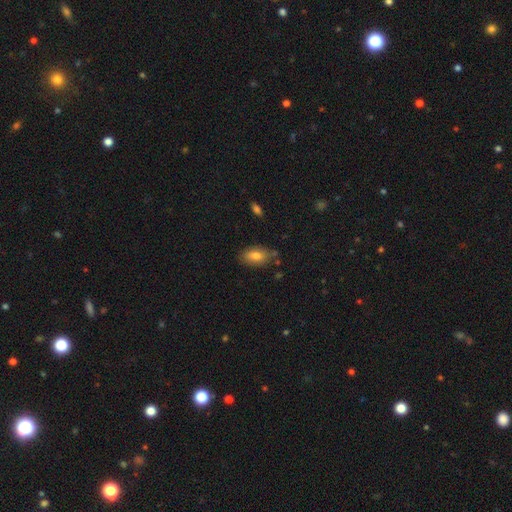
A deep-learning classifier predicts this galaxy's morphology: smooth 79%, featured or disk 13%, star or artifact 8%. Down the decision tree: how rounded — in between (90%); merging — none (77%).